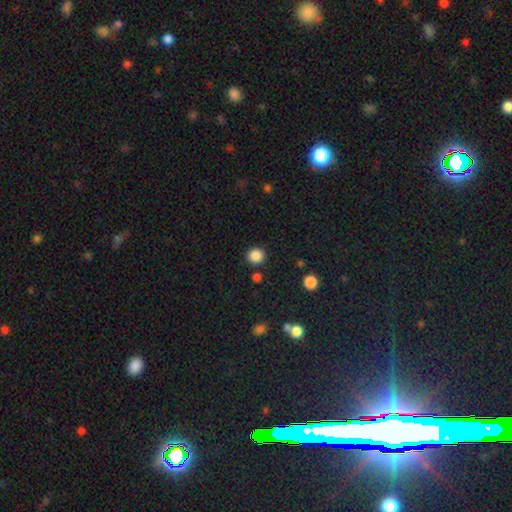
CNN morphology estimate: smooth_or_featured: smooth (p=0.86) [alt: star or artifact p=0.11]
how_rounded: round (p=0.91) [alt: in between p=0.08]
merging: none (p=0.88) [alt: minor disturbance p=0.07]